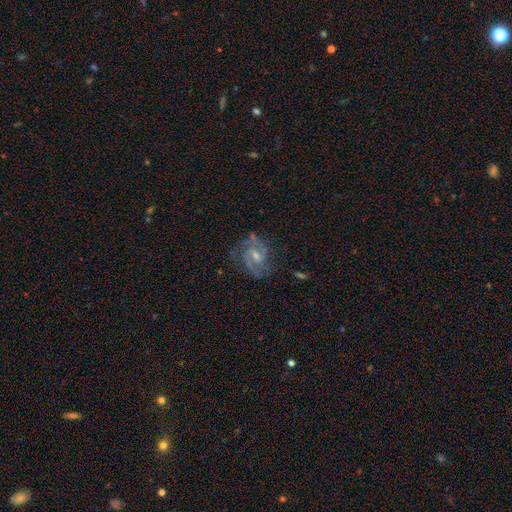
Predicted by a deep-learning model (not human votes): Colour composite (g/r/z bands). It shows a featured or disk galaxy (84%) with a weak bar (54%), 2 (76%) medium (53%) spiral arms (96%) and a small central bulge (50%). Merging: none (75%).